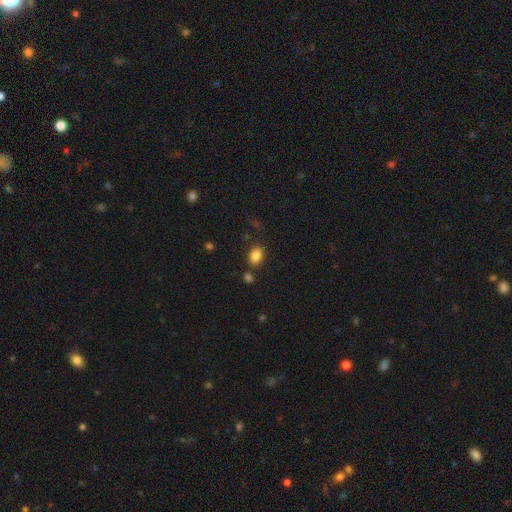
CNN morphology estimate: This is clearly a smooth galaxy (84%). How rounded: likely in between (80%). Merging: likely none (77%).